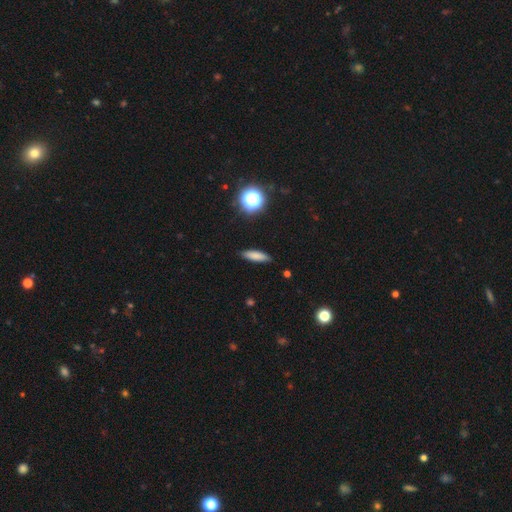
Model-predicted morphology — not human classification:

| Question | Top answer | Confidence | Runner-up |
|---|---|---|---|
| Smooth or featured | smooth | 80% | star or artifact (10%) |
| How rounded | cigar-shaped | 62% | in between (35%) |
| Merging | none | 88% | minor disturbance (9%) |